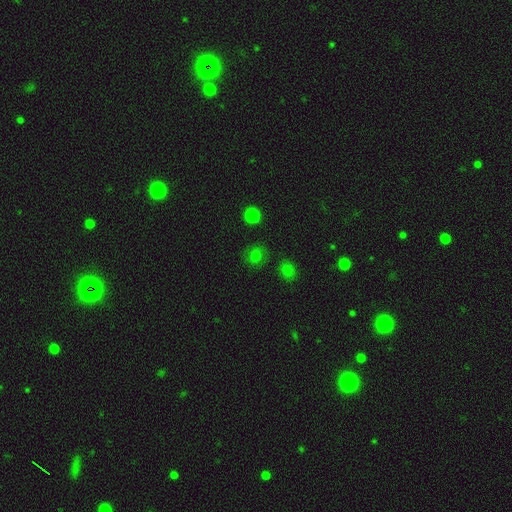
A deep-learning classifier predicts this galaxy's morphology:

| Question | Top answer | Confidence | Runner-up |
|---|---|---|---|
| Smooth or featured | smooth | 73% | star or artifact (19%) |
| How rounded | round | 85% | in between (14%) |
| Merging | none | 84% | minor disturbance (9%) |